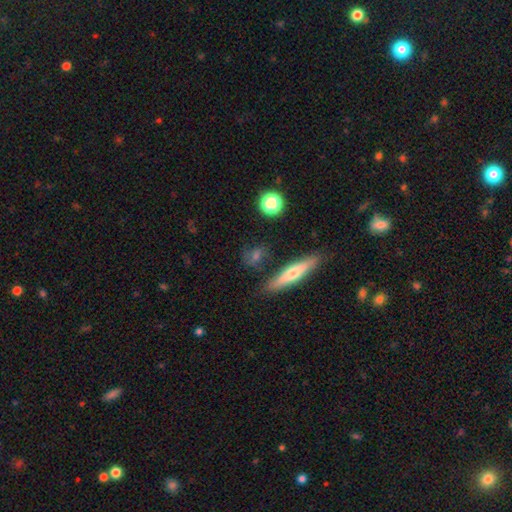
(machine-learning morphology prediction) Overall: smooth (52%; featured or disk 35%). How rounded: cigar-shaped (35%, tied with in between). Merging: none (73%).